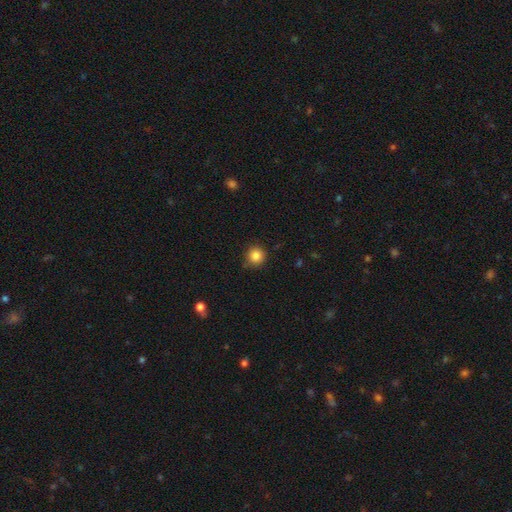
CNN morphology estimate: smooth 85%, star or artifact 11%, featured or disk 4%. Down the decision tree: how rounded — round (93%); merging — none (84%).